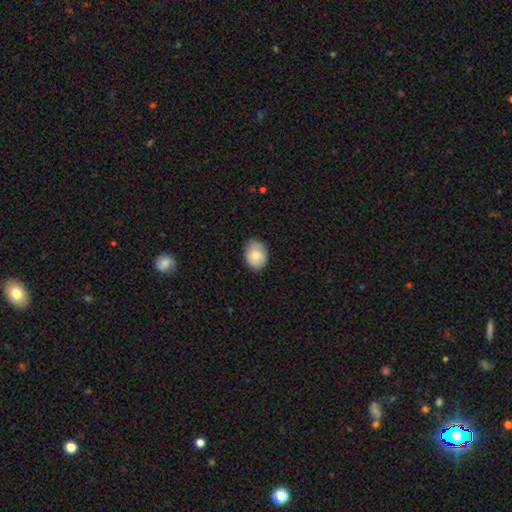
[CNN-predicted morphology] type=smooth (81%); roundness=in between (60%); merging=none (82%).